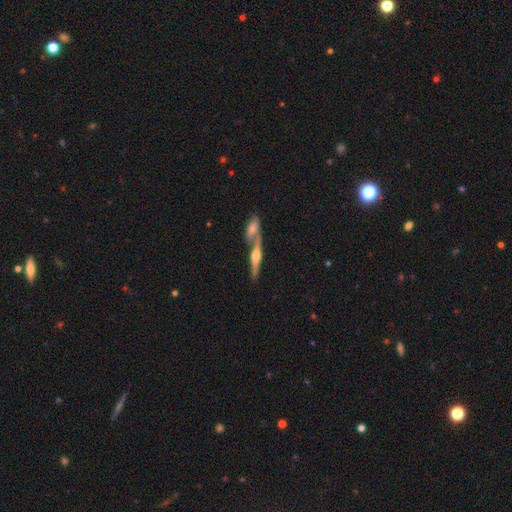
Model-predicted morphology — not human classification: A featured or disk galaxy (73%) viewed edge-on (95%) with a rounded central bulge (92%).

Vote fractions:
- Smooth or featured? featured or disk: 73% / smooth: 22% / star or artifact: 6%
- Edge-on disk? yes: 95% / no: 5%
- Edge-on bulge? rounded: 92% / boxy: 5% / none: 3%
- Merging? none: 53% / merger: 36% / minor disturbance: 8% / major disturbance: 3%